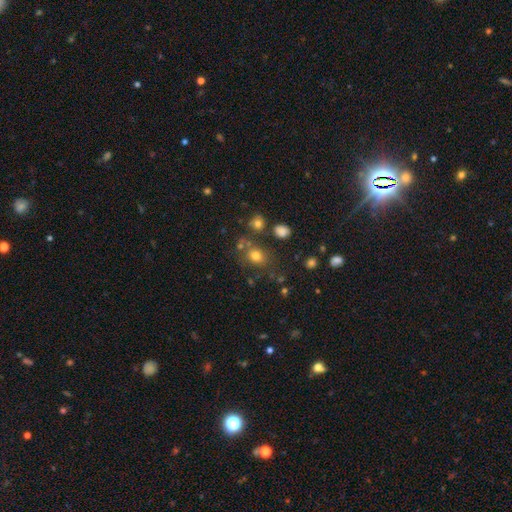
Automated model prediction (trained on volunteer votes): A smooth galaxy with no disk features (75%) that is round (59%).

Vote fractions:
- Smooth or featured? smooth: 75% / star or artifact: 16% / featured or disk: 9%
- How rounded? round: 59% / in between: 40% / cigar-shaped: 1%
- Merging? none: 72% / minor disturbance: 13% / merger: 10% / major disturbance: 5%